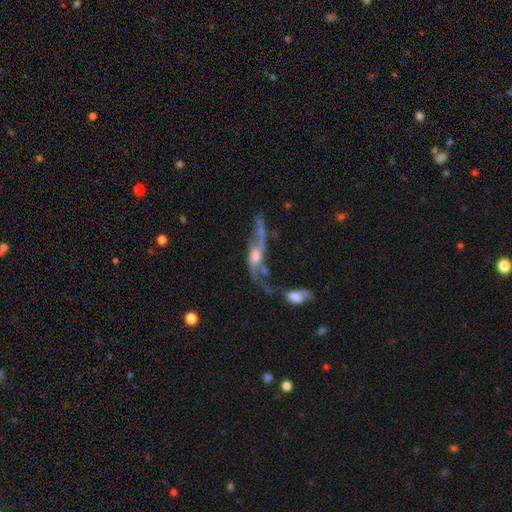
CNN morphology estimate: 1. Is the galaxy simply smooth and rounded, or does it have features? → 77% featured or disk, 15% smooth, 9% star or artifact.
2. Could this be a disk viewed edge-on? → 68% no, 32% yes.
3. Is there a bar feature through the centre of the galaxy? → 62% no, 28% weak, 9% strong.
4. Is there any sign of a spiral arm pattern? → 76% yes, 24% no.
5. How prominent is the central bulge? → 50% moderate, 21% small, 16% large, 10% none, 3% dominant.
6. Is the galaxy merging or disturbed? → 40% merger, 24% none, 23% major disturbance, 13% minor disturbance.